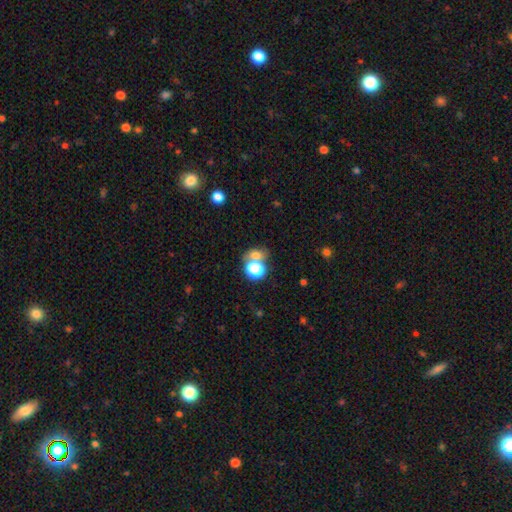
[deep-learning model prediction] This is likely a smooth galaxy (66%). How rounded: possibly round (58%). Merging: possibly none (46%).